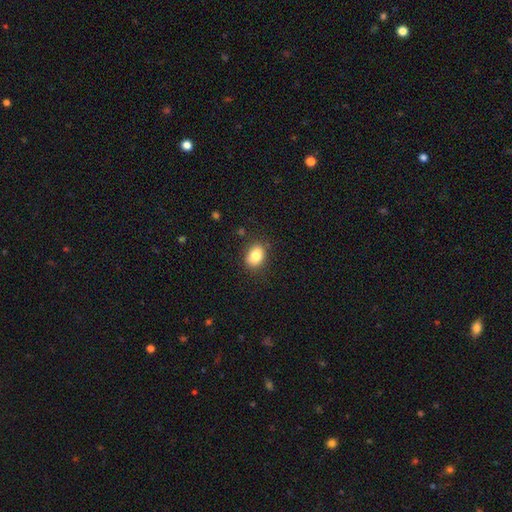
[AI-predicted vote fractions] Q: Smooth or featured?
A: smooth (83%); runner-up: star or artifact (9%)
Q: How rounded?
A: in between (71%); runner-up: round (28%)
Q: Merging?
A: none (83%); runner-up: minor disturbance (12%)